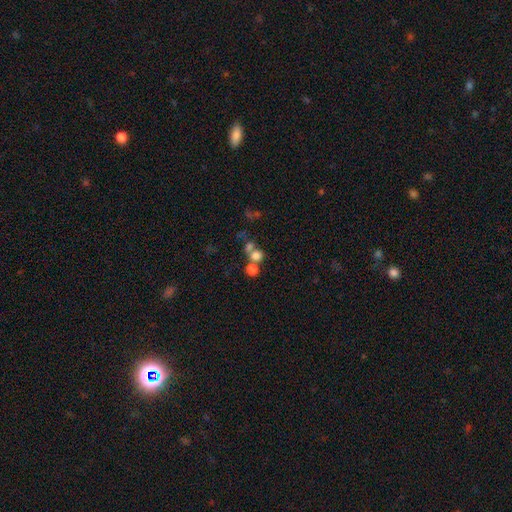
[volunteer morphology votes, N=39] Smooth or featured?
  - smooth: 90% *
  - star or artifact: 10%
  - featured or disk: 0%
How rounded?
  - round: 94% *
  - in between: 6%
  - cigar-shaped: 0%
Merging?
  - merger: 57% *
  - none: 23%
  - minor disturbance: 11%
  - major disturbance: 9%